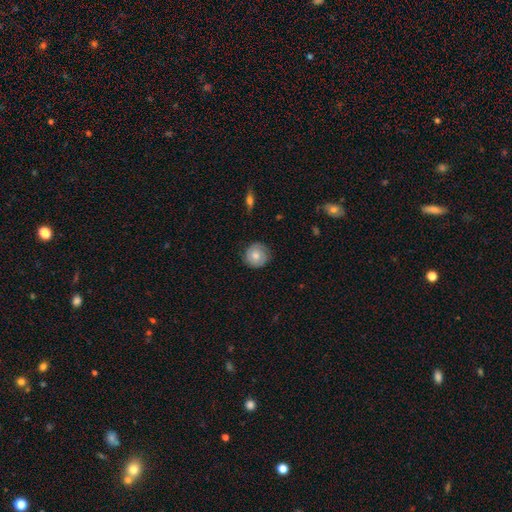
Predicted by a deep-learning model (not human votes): Q: Smooth or featured?
A: smooth (67%); runner-up: featured or disk (26%)
Q: How rounded?
A: round (92%); runner-up: in between (7%)
Q: Merging?
A: none (83%); runner-up: minor disturbance (13%)